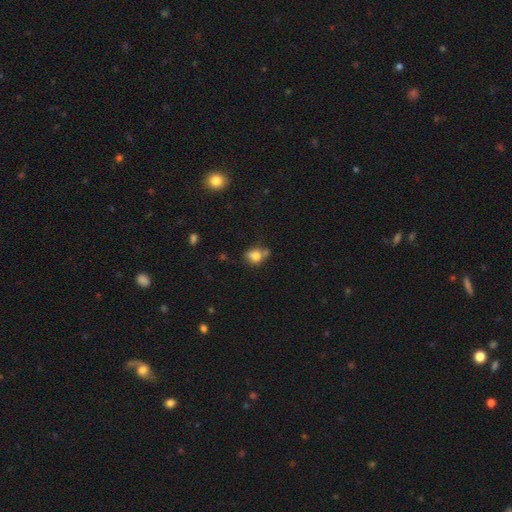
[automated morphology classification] type=smooth (77%); roundness=round (51%); merging=none (49%).